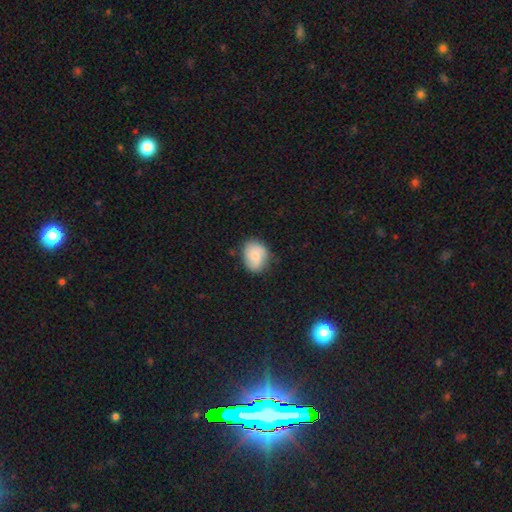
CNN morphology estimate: Q: Smooth or featured?
A: smooth (59%); runner-up: featured or disk (33%)
Q: How rounded?
A: in between (59%); runner-up: round (40%)
Q: Merging?
A: none (70%); runner-up: minor disturbance (22%)